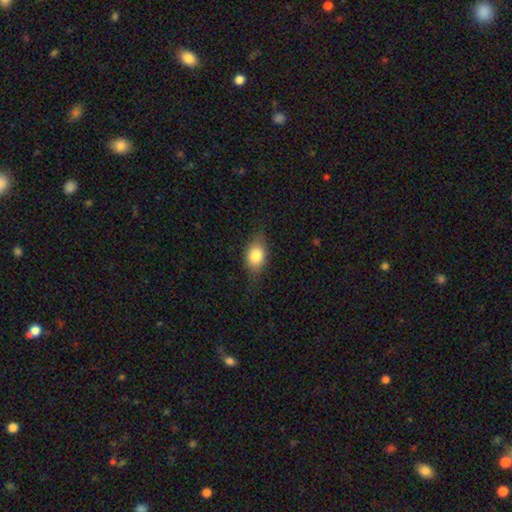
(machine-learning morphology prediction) smooth_or_featured: smooth (p=0.78) [alt: featured or disk p=0.14]
how_rounded: in between (p=0.75) [alt: round p=0.21]
merging: none (p=0.74) [alt: minor disturbance p=0.20]